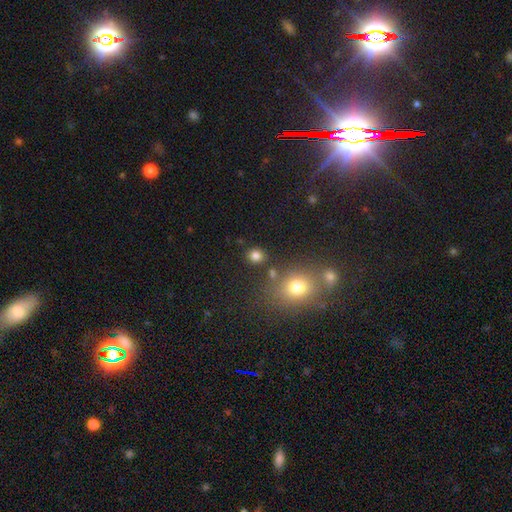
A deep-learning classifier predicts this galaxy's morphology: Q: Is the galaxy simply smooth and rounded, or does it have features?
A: smooth — 81%.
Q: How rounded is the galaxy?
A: round — 79%.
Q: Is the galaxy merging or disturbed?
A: none — 82%.